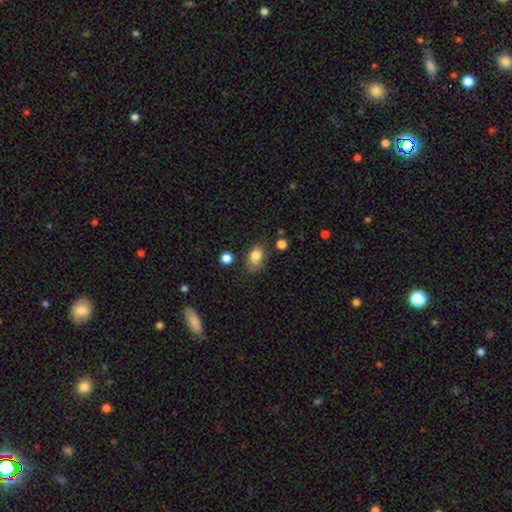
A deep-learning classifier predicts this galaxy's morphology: Smooth or featured?
  - smooth: 82% *
  - star or artifact: 10%
  - featured or disk: 8%
How rounded?
  - in between: 68% *
  - round: 31%
  - cigar-shaped: 1%
Merging?
  - none: 51% *
  - minor disturbance: 31%
  - major disturbance: 11%
  - merger: 6%